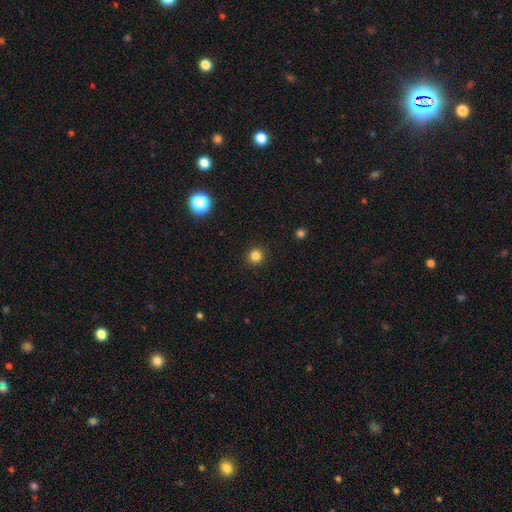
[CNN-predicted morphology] Overall: smooth (83%). How rounded: round (94%). Merging: none (92%).